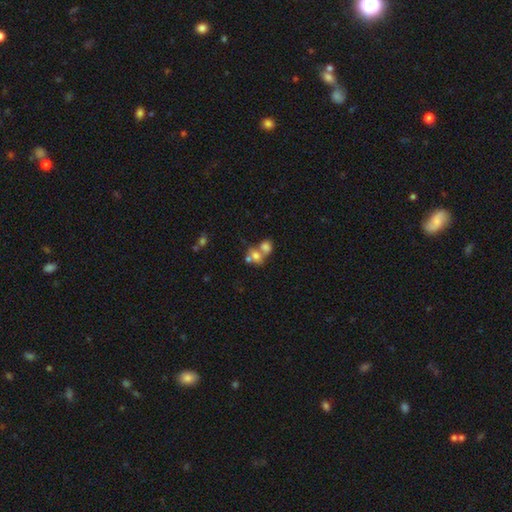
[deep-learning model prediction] Morphology: type=smooth (68%); roundness=in between (50%); merging=merger (63%).